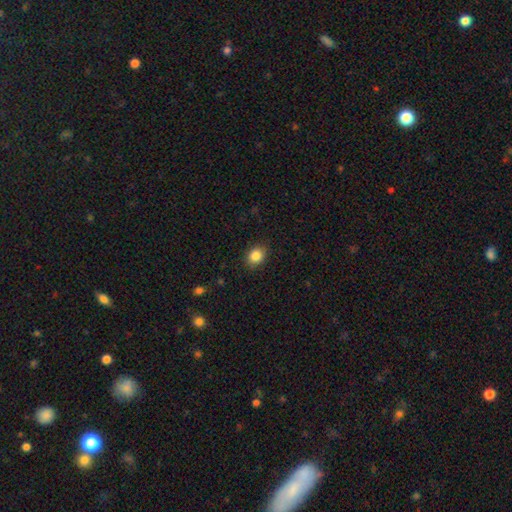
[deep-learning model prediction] smooth 86%, star or artifact 9%, featured or disk 5%. Down the decision tree: how rounded — in between (51%); merging — none (87%).